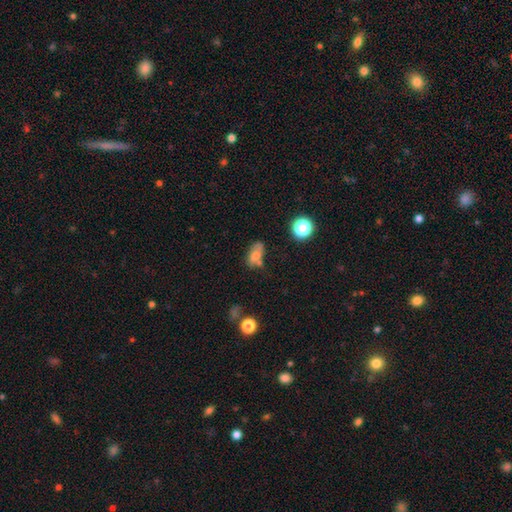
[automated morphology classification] smooth_or_featured: smooth (p=0.62) [alt: featured or disk p=0.25]
how_rounded: in between (p=0.82) [alt: round p=0.14]
merging: none (p=0.49) [alt: minor disturbance p=0.22]